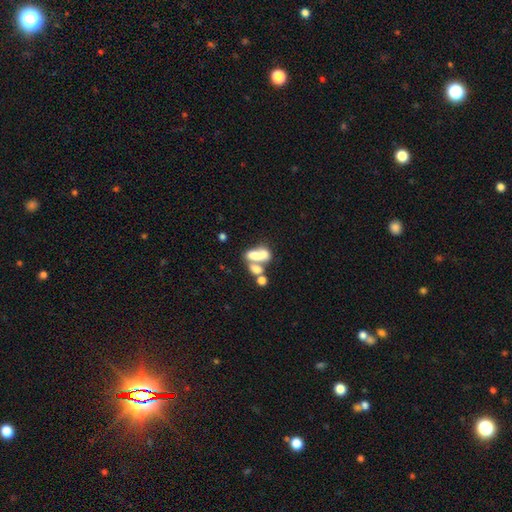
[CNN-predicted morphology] Overall: smooth (55%; featured or disk 32%). How rounded: in between (79%). Merging: merger (64%).